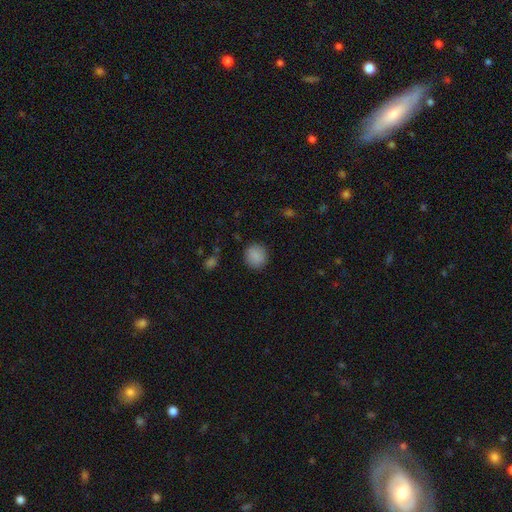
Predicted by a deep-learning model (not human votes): The model was most divided on "smooth or featured": smooth: 88%, star or artifact: 8%, featured or disk: 4%. More confident: merging — none (89%); how rounded — round (89%).